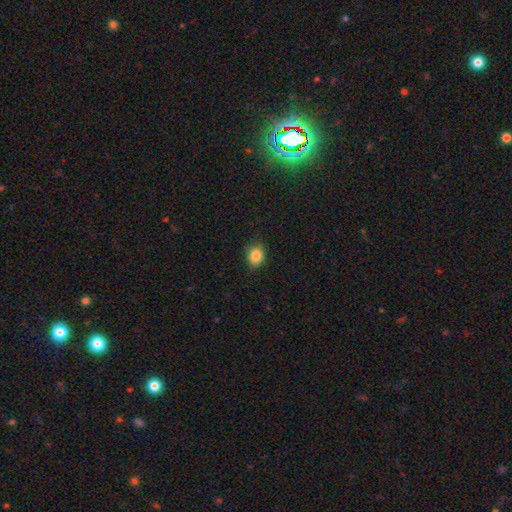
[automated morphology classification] smooth_or_featured: smooth (p=0.85) [alt: star or artifact p=0.10]
how_rounded: round (p=0.59) [alt: in between p=0.40]
merging: none (p=0.77) [alt: minor disturbance p=0.18]